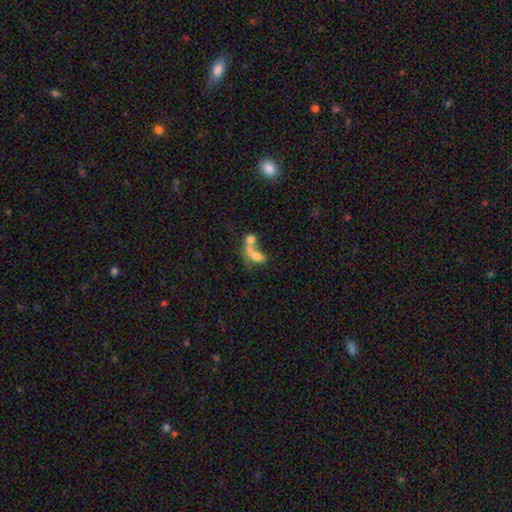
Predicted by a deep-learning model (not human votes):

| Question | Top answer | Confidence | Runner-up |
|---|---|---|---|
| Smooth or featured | smooth | 64% | featured or disk (25%) |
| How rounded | in between | 73% | round (17%) |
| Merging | merger | 68% | none (15%) |